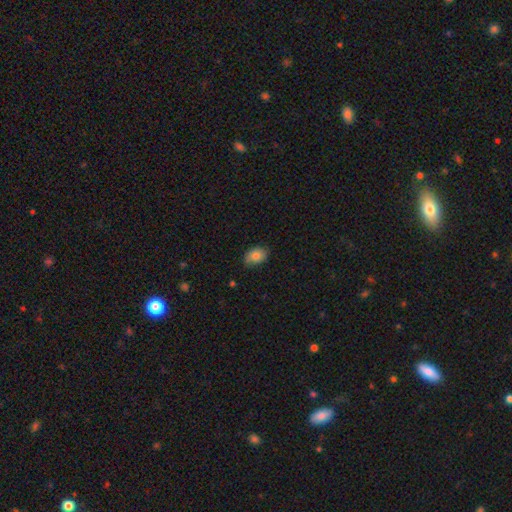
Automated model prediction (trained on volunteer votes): This is clearly a smooth galaxy (80%). How rounded: clearly in between (82%). Merging: likely none (75%).